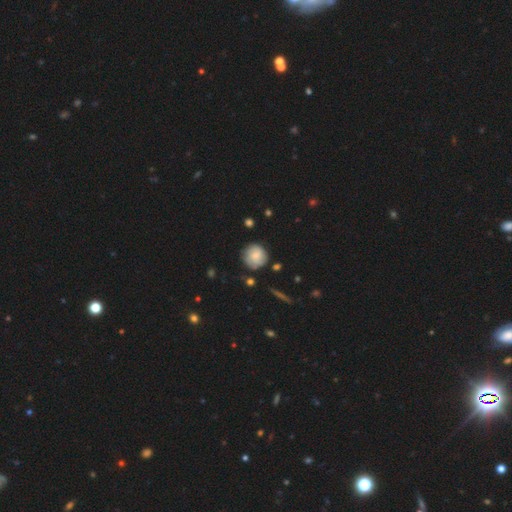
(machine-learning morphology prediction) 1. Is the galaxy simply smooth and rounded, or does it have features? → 68% smooth, 24% featured or disk, 8% star or artifact.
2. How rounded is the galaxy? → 91% round, 8% in between, 1% cigar-shaped.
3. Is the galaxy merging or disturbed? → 75% none, 18% minor disturbance, 4% major disturbance, 3% merger.